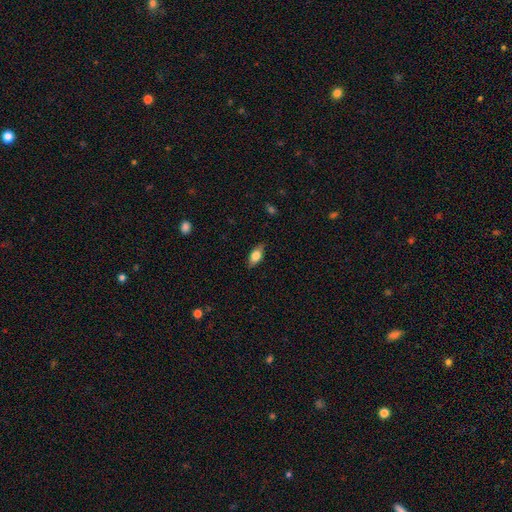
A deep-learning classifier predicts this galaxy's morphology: Smooth or featured: smooth — 73% (featured or disk — 20%)
How rounded: in between — 83% (cigar-shaped — 13%)
Merging: none — 82% (minor disturbance — 14%)